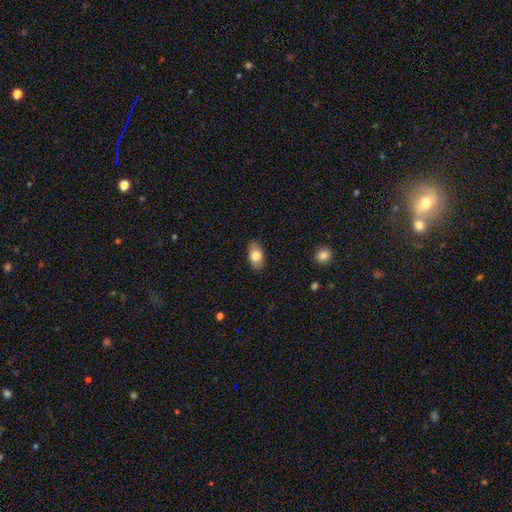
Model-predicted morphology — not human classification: Smooth or featured? smooth (79%)
How rounded? in between (91%)
Merging? none (85%)